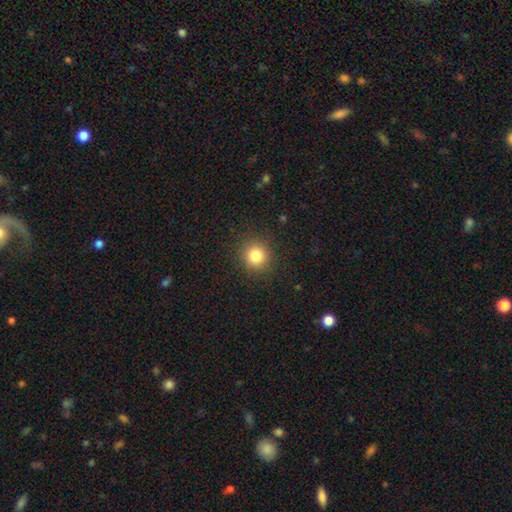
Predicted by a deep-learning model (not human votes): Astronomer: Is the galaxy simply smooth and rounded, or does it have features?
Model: smooth — 82%.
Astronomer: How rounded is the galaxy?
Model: round — 90%.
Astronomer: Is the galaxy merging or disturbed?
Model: none — 90%.